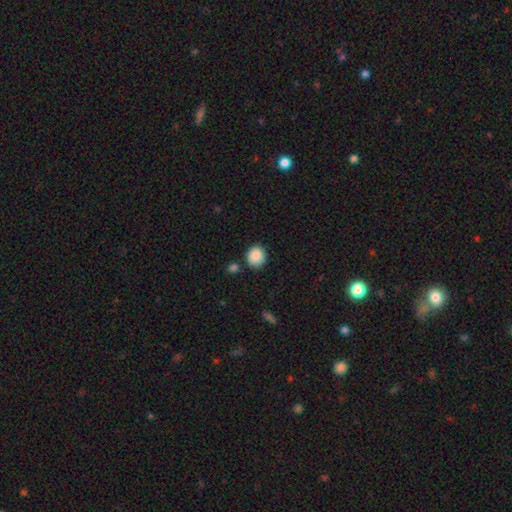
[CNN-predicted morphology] smooth 88%, star or artifact 8%, featured or disk 4%. Down the decision tree: how rounded — round (76%); merging — none (81%).